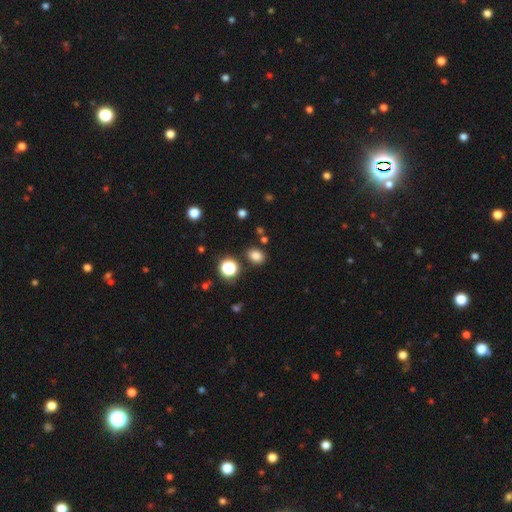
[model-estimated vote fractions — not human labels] Smooth or featured?
  - smooth: 80% *
  - star or artifact: 15%
  - featured or disk: 5%
How rounded?
  - in between: 51% *
  - round: 48%
  - cigar-shaped: 1%
Merging?
  - none: 83% *
  - minor disturbance: 9%
  - merger: 4%
  - major disturbance: 3%